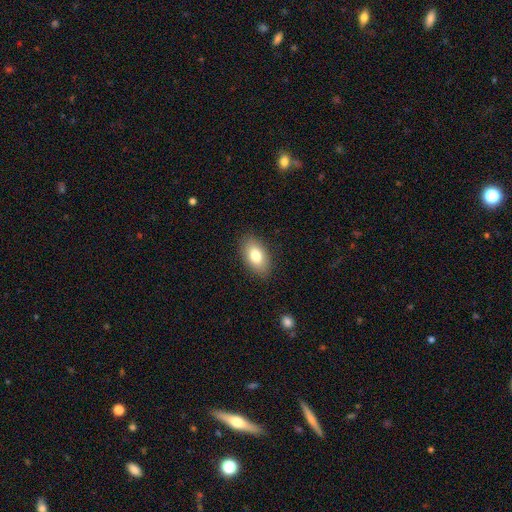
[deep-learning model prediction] This appears to be a smooth galaxy with no disk features (79%) that is in between round and cigar-shaped (92%). Merging: none (87%).